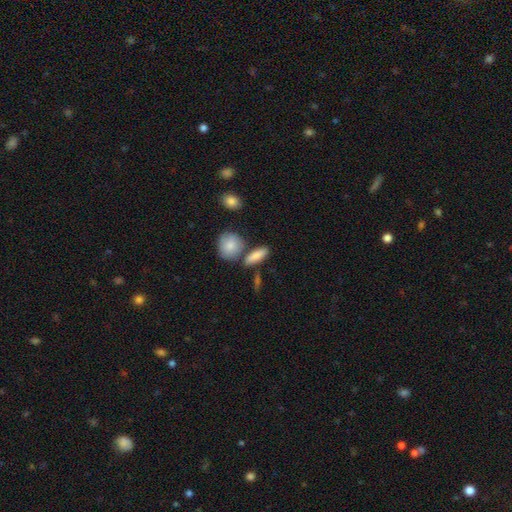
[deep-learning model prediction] smooth_or_featured: smooth (p=0.80) [alt: featured or disk p=0.13]
how_rounded: in between (p=0.65) [alt: cigar-shaped p=0.27]
merging: none (p=0.68) [alt: merger p=0.16]